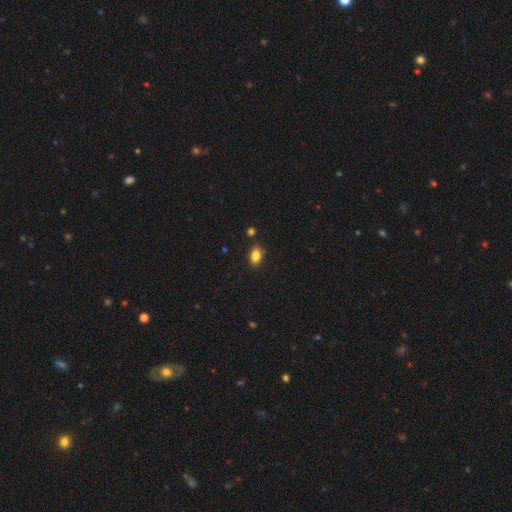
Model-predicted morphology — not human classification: A smooth galaxy with no disk features (84%) that is in between round and cigar-shaped (87%).

Vote fractions:
- Smooth or featured? smooth: 84% / star or artifact: 9% / featured or disk: 7%
- How rounded? in between: 87% / round: 9% / cigar-shaped: 3%
- Merging? none: 85% / minor disturbance: 10% / merger: 3% / major disturbance: 2%